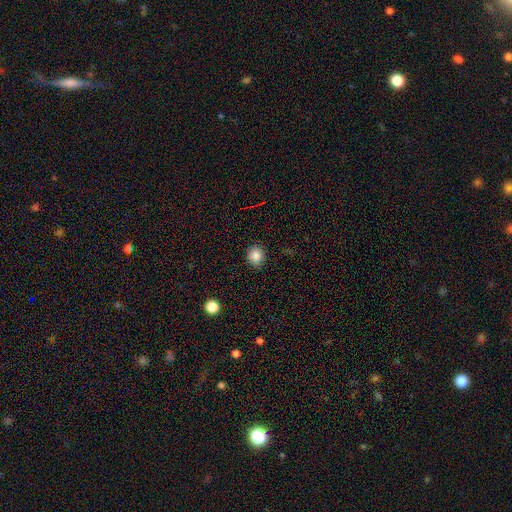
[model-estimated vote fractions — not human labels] Smooth or featured?
  - smooth: 84% *
  - star or artifact: 11%
  - featured or disk: 5%
How rounded?
  - round: 77% *
  - in between: 22%
  - cigar-shaped: 1%
Merging?
  - none: 87% *
  - minor disturbance: 9%
  - major disturbance: 2%
  - merger: 1%